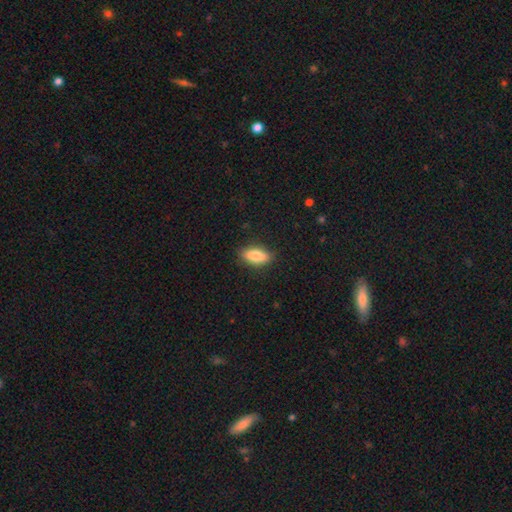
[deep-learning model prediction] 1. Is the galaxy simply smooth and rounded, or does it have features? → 81% smooth, 13% featured or disk, 7% star or artifact.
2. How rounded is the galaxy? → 79% in between, 18% cigar-shaped, 3% round.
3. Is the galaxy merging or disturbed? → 86% none, 11% minor disturbance, 2% major disturbance, 1% merger.